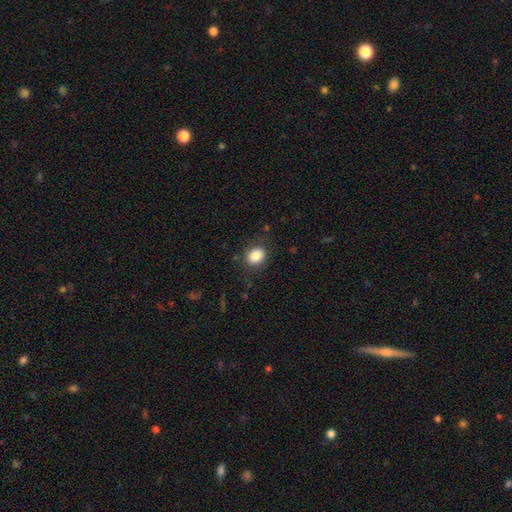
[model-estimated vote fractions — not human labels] Smooth or featured? Predicted: smooth (p=0.84). How rounded? Predicted: round (p=0.54). Merging? Predicted: none (p=0.82).